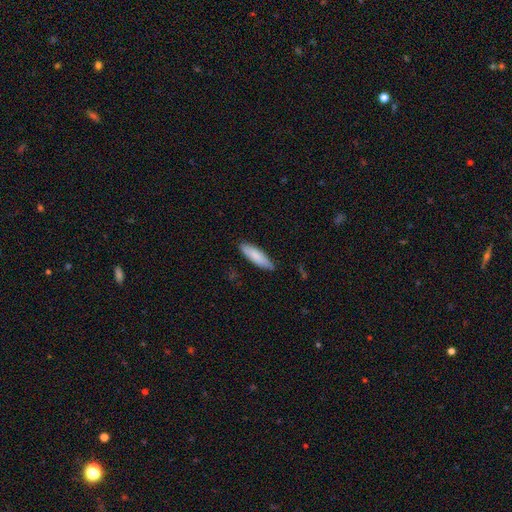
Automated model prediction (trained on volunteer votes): Morphology: type=smooth (83%); roundness=cigar-shaped (53%); merging=none (84%).